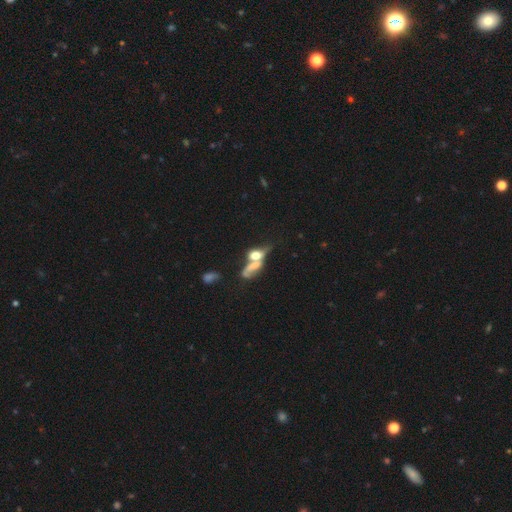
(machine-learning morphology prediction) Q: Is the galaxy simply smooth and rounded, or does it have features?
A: smooth — 48%.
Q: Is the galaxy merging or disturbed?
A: merger — 59%.